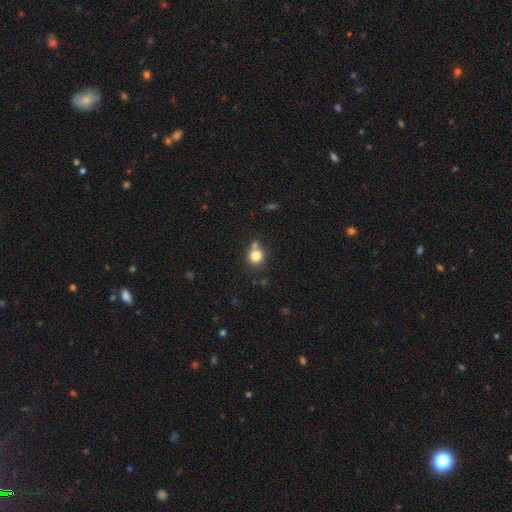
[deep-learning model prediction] smooth_or_featured: smooth (p=0.80) [alt: star or artifact p=0.11]
how_rounded: round (p=0.84) [alt: in between p=0.15]
merging: none (p=0.61) [alt: merger p=0.21]